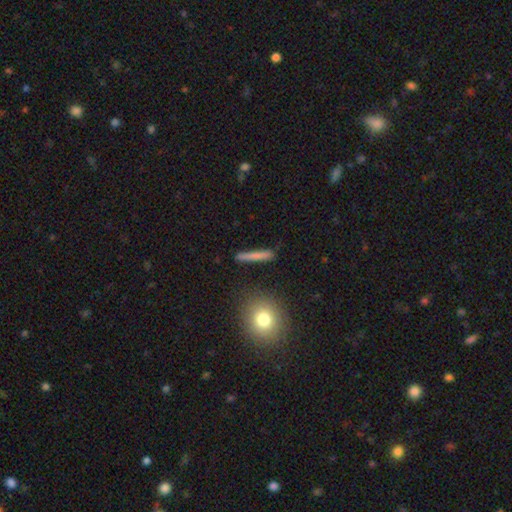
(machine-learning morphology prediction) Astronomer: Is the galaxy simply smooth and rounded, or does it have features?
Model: smooth — 72%.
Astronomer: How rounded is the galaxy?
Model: cigar-shaped — 92%.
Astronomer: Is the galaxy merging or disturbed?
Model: none — 86%.